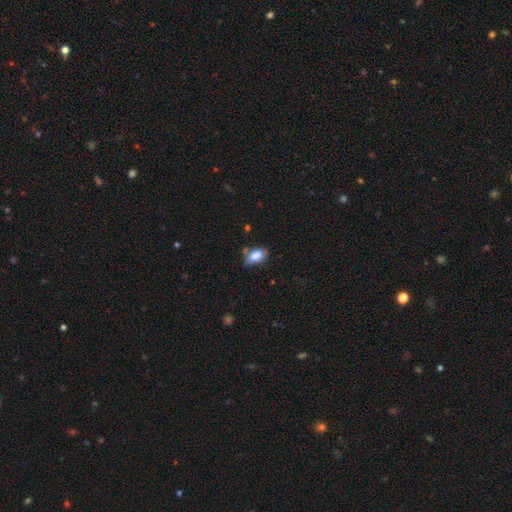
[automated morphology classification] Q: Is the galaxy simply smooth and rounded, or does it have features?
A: smooth — 80%.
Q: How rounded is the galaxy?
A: in between — 88%.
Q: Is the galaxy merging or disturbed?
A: none — 51%.